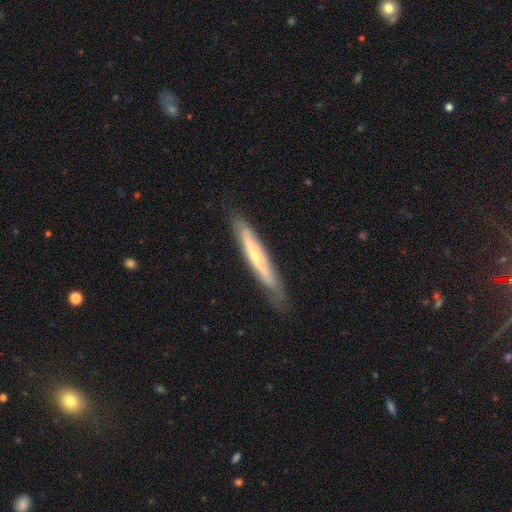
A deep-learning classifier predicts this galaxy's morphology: A featured or disk galaxy (64%) viewed edge-on (75%). Merging: none (78%).